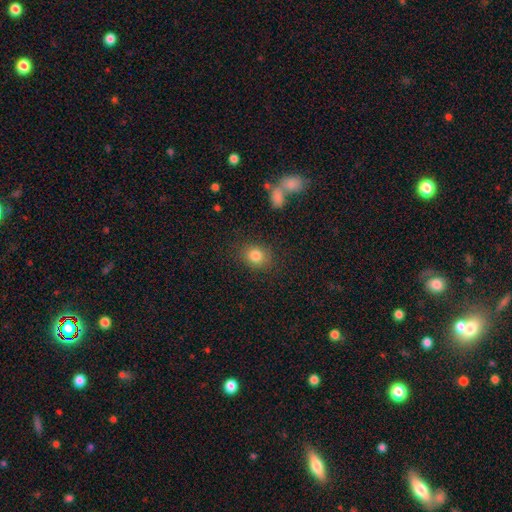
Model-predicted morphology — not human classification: Smooth or featured? smooth (83%)
How rounded? round (65%)
Merging? none (83%)